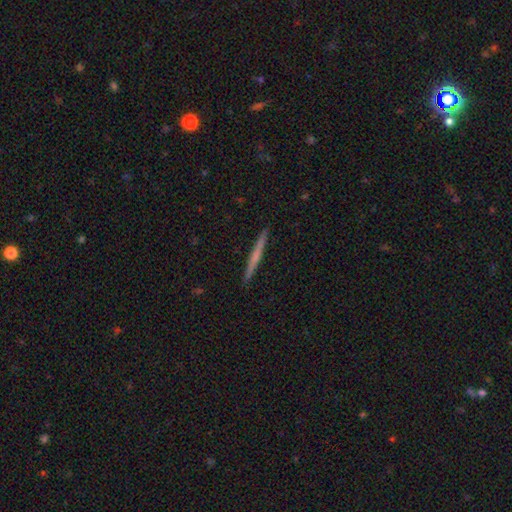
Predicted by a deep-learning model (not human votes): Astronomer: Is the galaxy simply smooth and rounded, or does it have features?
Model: featured or disk — 48% (runner-up: smooth, 46%).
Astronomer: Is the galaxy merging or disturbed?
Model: none — 92%.